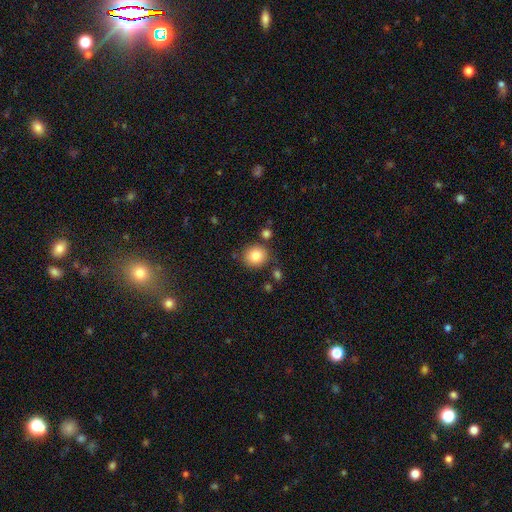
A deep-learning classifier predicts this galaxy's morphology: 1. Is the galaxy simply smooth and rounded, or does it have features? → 83% smooth, 10% star or artifact, 7% featured or disk.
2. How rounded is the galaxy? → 83% round, 16% in between, 1% cigar-shaped.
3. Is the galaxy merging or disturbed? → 81% none, 10% minor disturbance, 6% merger, 3% major disturbance.